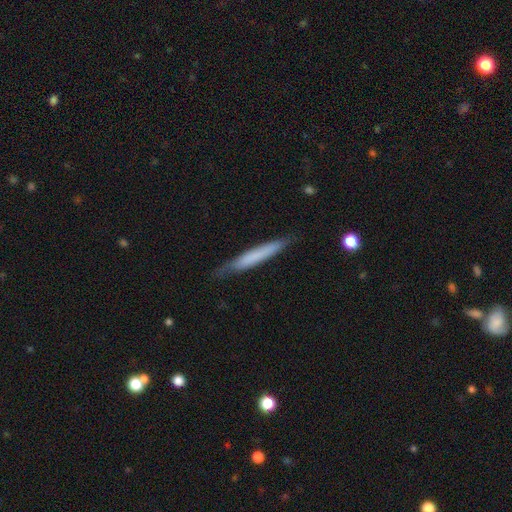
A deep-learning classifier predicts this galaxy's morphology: This is likely a smooth galaxy (64%). How rounded: clearly cigar-shaped (95%). Merging: likely none (79%).